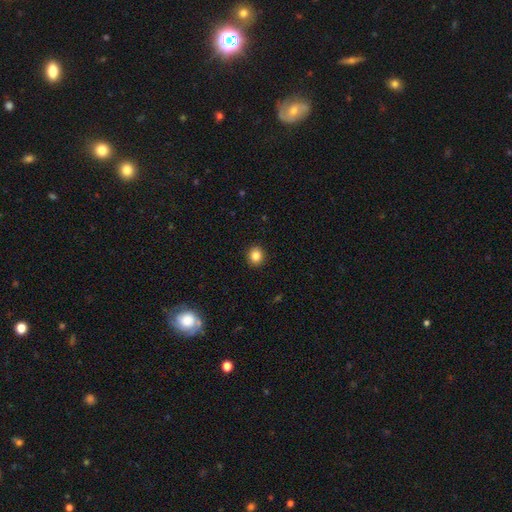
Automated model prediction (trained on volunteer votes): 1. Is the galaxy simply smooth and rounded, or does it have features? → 84% smooth, 11% star or artifact, 5% featured or disk.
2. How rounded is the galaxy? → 87% round, 12% in between, 1% cigar-shaped.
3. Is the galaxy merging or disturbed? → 92% none, 5% minor disturbance, 2% major disturbance, 1% merger.